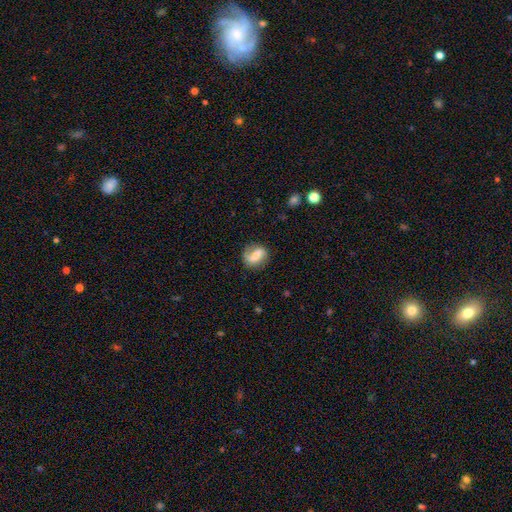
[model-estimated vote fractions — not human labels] Overall: featured or disk (57%; smooth 35%). Edge-on disk: no (94%). Bar: strong (43%; weak 36%). Spiral arms: yes (79%). Bulge size: moderate (49%; small 38%). Merging: none (76%).